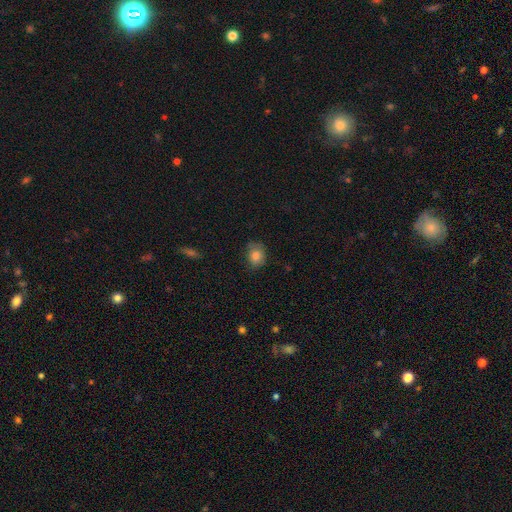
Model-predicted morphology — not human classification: A smooth galaxy with no disk features (82%) that is round (53%). Merging: none (66%).